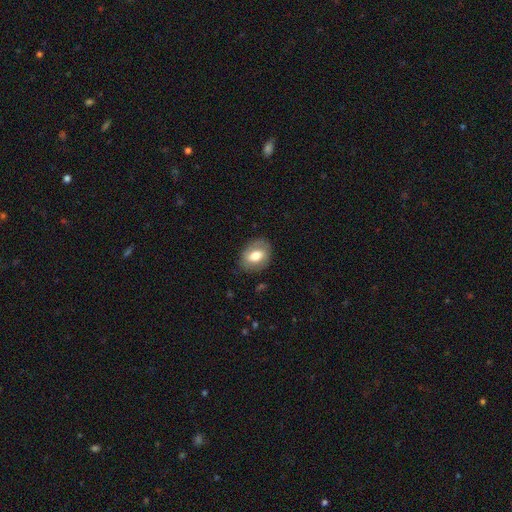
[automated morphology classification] Smooth or featured: smooth — 63% (featured or disk — 30%)
How rounded: in between — 73% (round — 25%)
Merging: none — 77% (minor disturbance — 16%)